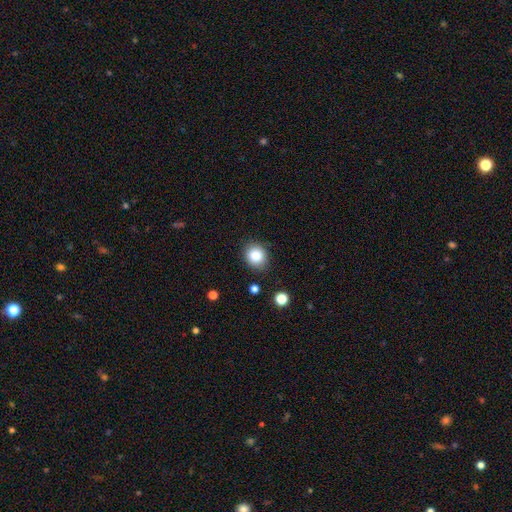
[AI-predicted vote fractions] smooth 85%, star or artifact 10%, featured or disk 6%. Down the decision tree: how rounded — round (69%); merging — none (84%).